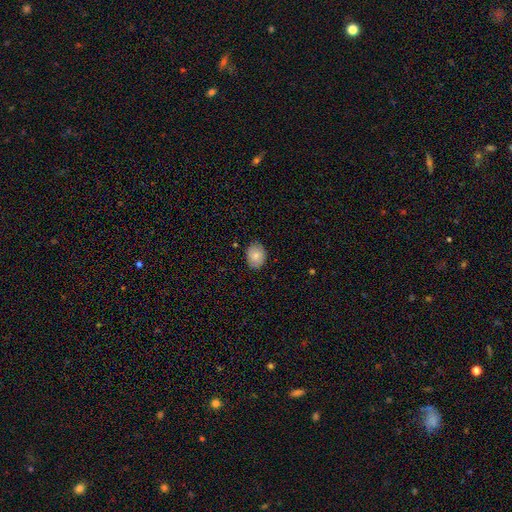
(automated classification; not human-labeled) Overall: smooth (81%). How rounded: in between (56%; round 43%). Merging: none (83%).